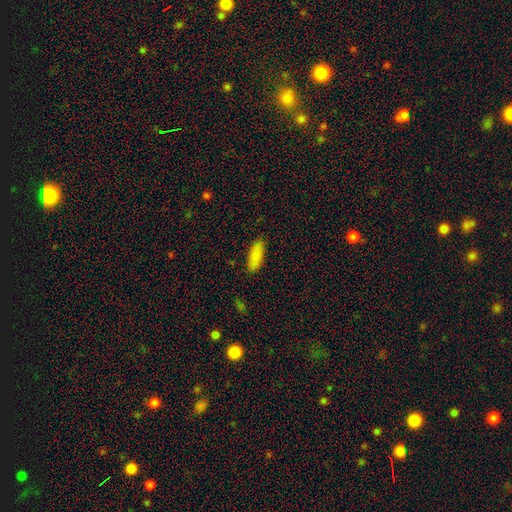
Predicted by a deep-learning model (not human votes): Morphology: type=smooth (86%); roundness=in between (75%); merging=none (86%).